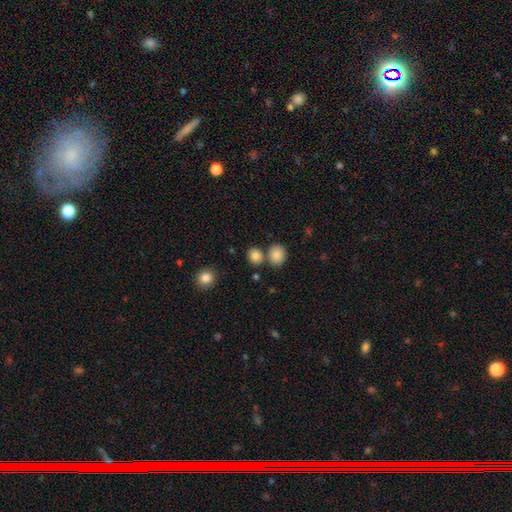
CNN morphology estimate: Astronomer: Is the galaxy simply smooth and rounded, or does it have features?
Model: smooth — 83%.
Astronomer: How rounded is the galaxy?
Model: round — 72%.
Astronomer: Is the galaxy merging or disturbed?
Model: none — 68%.